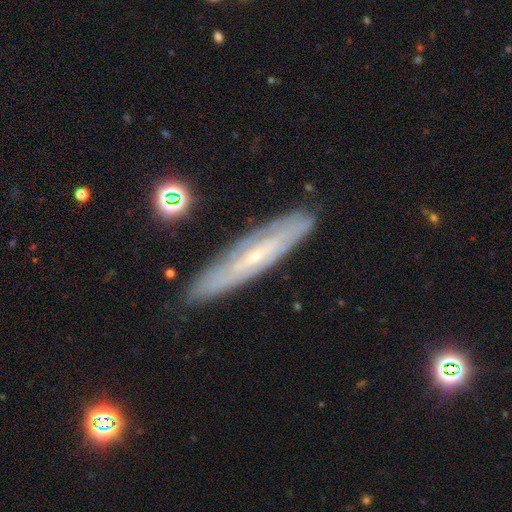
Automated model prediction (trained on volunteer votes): Q: Smooth or featured?
A: featured or disk (69%); runner-up: smooth (24%)
Q: Edge-on disk?
A: yes (53%); runner-up: no (47%)
Q: Merging?
A: none (84%); runner-up: minor disturbance (12%)